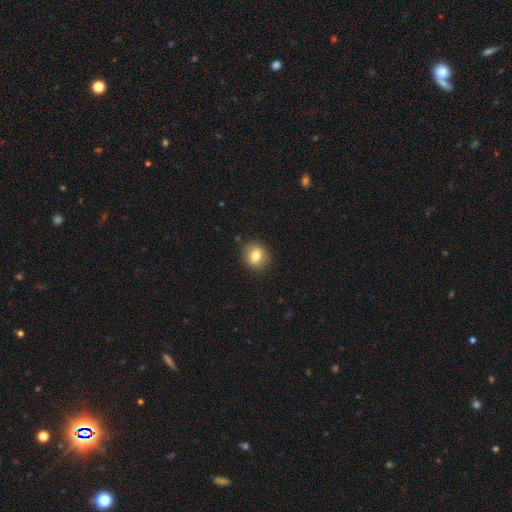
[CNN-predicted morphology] Smooth or featured? smooth (79%)
How rounded? round (74%)
Merging? none (86%)